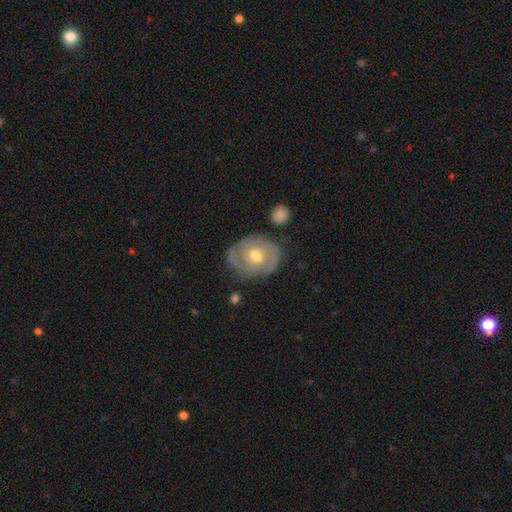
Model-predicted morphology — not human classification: Smooth or featured: featured or disk — 70% (smooth — 24%)
Edge-on disk: no — 96% (yes — 4%)
Bar: no — 68% (weak — 26%)
Spiral arms: yes — 74% (no — 26%)
Bulge size: moderate — 76% (small — 17%)
Merging: none — 76% (minor disturbance — 16%)